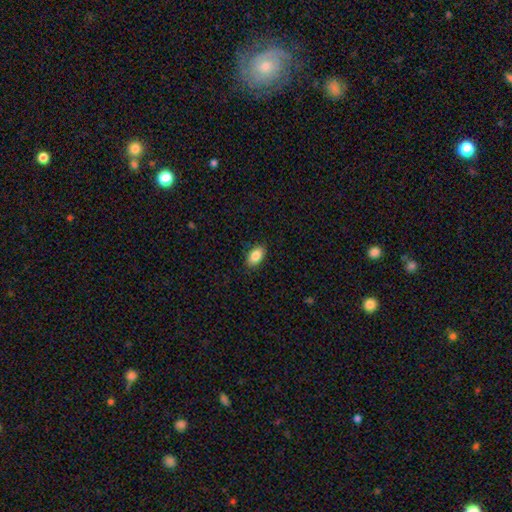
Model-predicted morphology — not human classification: Smooth or featured? Predicted: smooth (p=0.86). How rounded? Predicted: in between (p=0.92). Merging? Predicted: none (p=0.88).